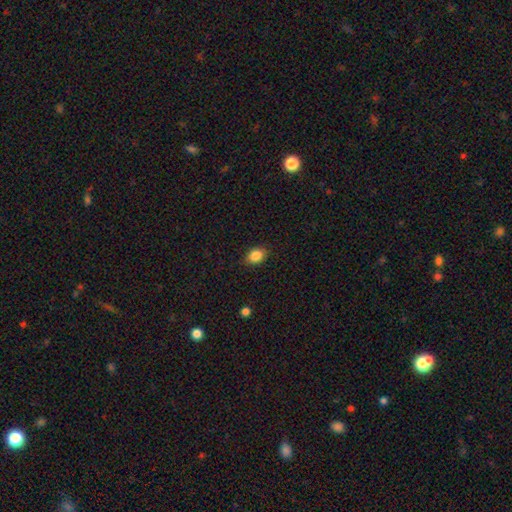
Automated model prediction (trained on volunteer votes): Smooth or featured? smooth (85%)
How rounded? in between (65%)
Merging? none (84%)